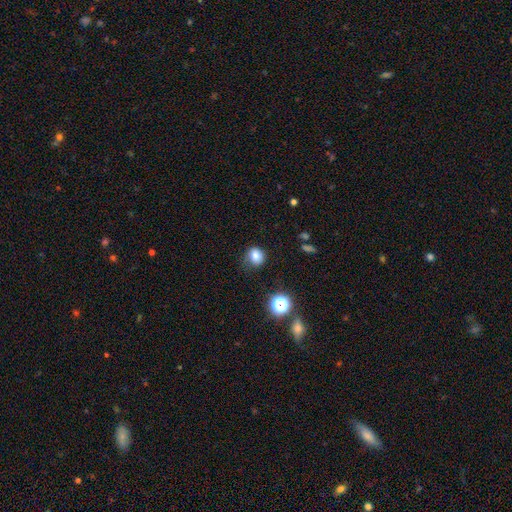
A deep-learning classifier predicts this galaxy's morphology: Smooth or featured?
  - smooth: 79% *
  - star or artifact: 13%
  - featured or disk: 7%
How rounded?
  - round: 70% *
  - in between: 29%
  - cigar-shaped: 1%
Merging?
  - none: 65% *
  - minor disturbance: 24%
  - major disturbance: 9%
  - merger: 2%